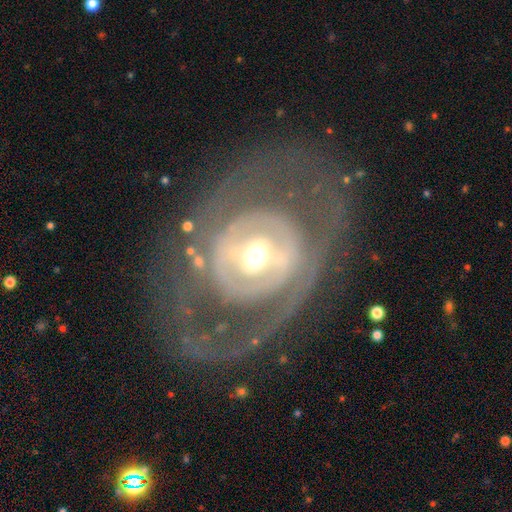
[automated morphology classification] Smooth or featured?
  - featured or disk: 80% *
  - smooth: 15%
  - star or artifact: 6%
Edge-on disk?
  - no: 94% *
  - yes: 6%
Bar?
  - weak: 35% * (tied)
  - no: 35% * (tied)
  - strong: 31%
Spiral arms?
  - yes: 52% *
  - no: 48%
Bulge size?
  - moderate: 63% *
  - small: 17%
  - large: 17%
  - dominant: 2%
  - none: 1%
Merging?
  - none: 69% *
  - major disturbance: 16%
  - minor disturbance: 14%
  - merger: 2%